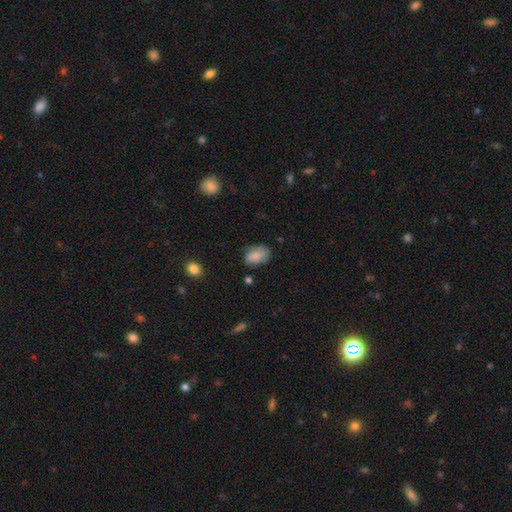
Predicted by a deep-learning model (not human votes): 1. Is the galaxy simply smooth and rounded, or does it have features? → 83% smooth, 9% featured or disk, 8% star or artifact.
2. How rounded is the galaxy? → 85% in between, 13% round, 1% cigar-shaped.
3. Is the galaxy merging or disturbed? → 66% none, 26% minor disturbance, 6% major disturbance, 2% merger.